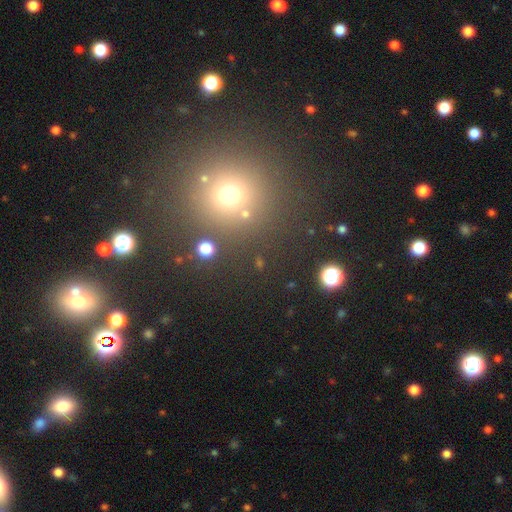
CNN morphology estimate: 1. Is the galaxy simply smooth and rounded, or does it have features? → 48% smooth, 43% star or artifact, 9% featured or disk.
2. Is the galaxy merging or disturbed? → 85% none, 7% minor disturbance, 4% merger, 3% major disturbance.